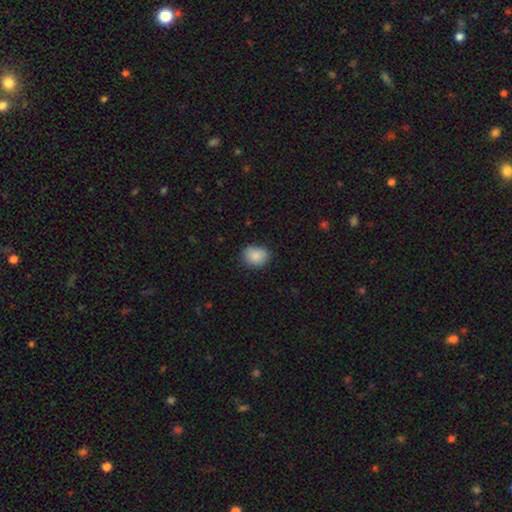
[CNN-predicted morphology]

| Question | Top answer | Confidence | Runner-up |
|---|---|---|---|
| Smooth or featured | smooth | 88% | star or artifact (8%) |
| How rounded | in between | 50% | round (49%) |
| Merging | none | 79% | minor disturbance (17%) |